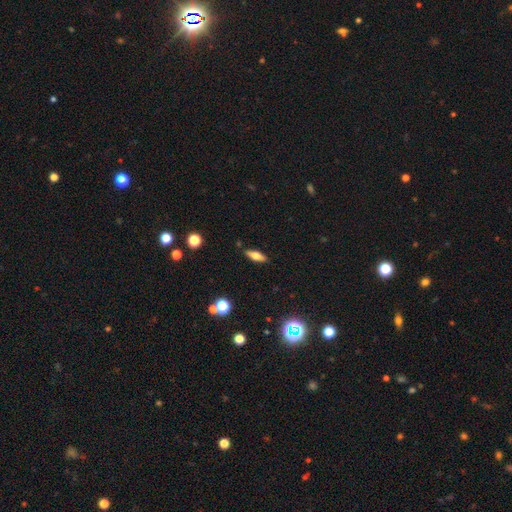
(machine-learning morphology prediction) The model was most divided on "smooth or featured": smooth: 57%, featured or disk: 34%, star or artifact: 9%. More confident: merging — none (87%); how rounded — in between (62%).